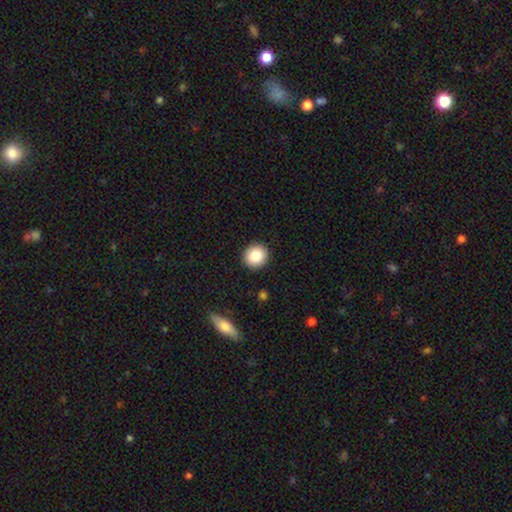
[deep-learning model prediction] A smooth galaxy with no disk features (84%) that is round (89%).

Vote fractions:
- Smooth or featured? smooth: 84% / star or artifact: 9% / featured or disk: 7%
- How rounded? round: 89% / in between: 10% / cigar-shaped: 1%
- Merging? none: 92% / minor disturbance: 6% / major disturbance: 2% / merger: 1%